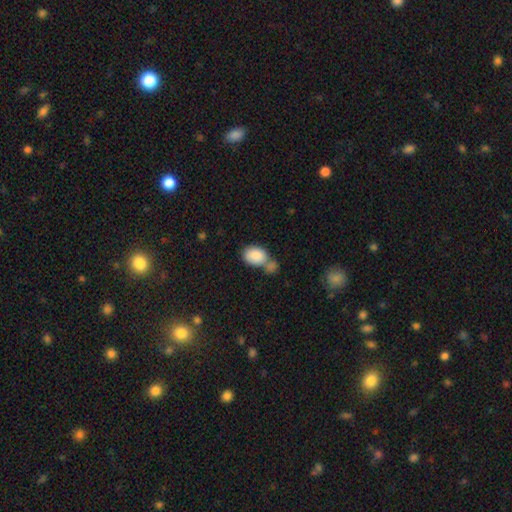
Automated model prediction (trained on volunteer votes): smooth 86%, featured or disk 7%, star or artifact 7%. Down the decision tree: how rounded — in between (80%); merging — merger (45%).